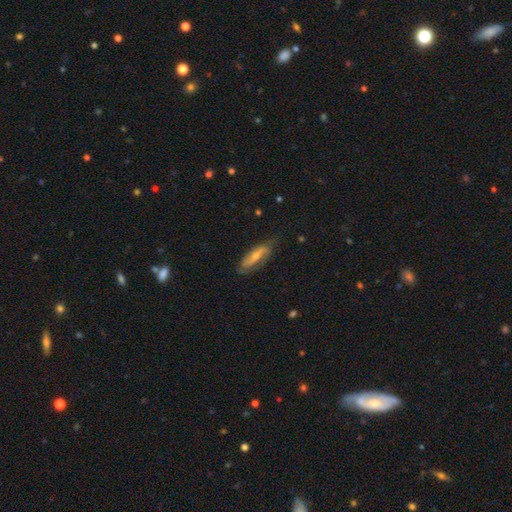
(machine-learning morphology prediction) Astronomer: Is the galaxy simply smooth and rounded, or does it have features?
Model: featured or disk — 63%.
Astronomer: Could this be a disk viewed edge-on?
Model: no — 73%.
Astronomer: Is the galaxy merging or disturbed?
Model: none — 75%.